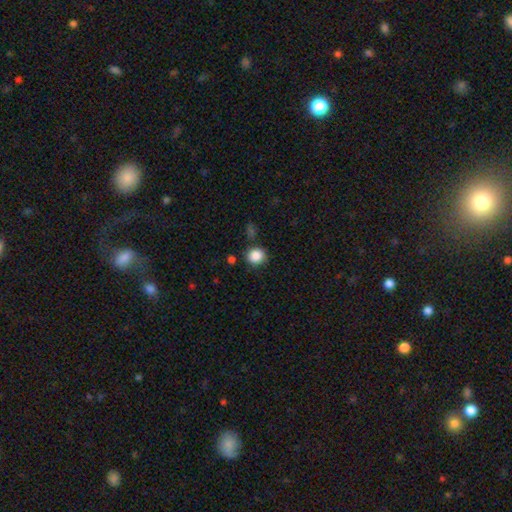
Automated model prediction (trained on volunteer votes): A smooth galaxy with no disk features (87%) that is round (84%). Merging: none (82%).